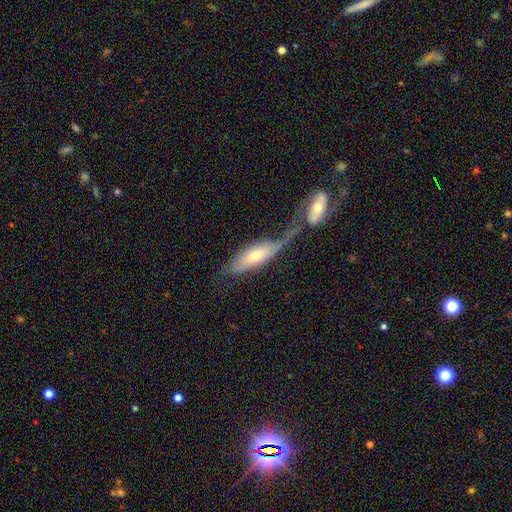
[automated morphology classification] type=smooth (50%); merging=merger (51%).